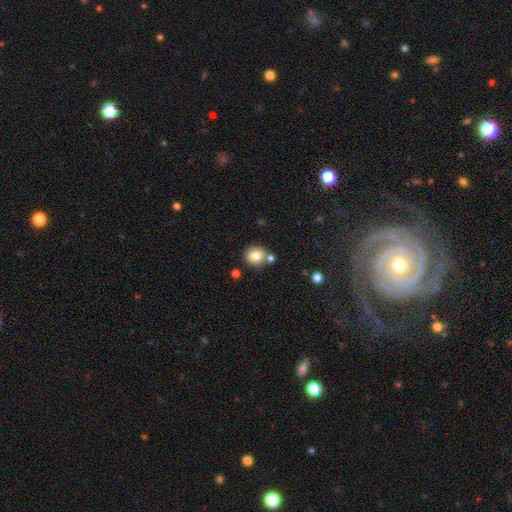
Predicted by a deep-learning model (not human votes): This appears to be a smooth galaxy with no disk features (80%) that is round (81%). Merging: none (72%).